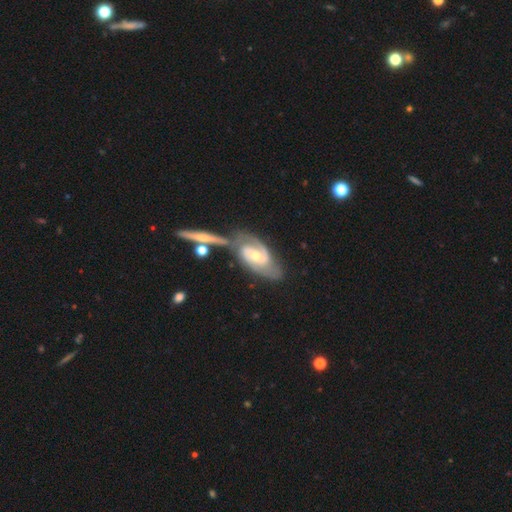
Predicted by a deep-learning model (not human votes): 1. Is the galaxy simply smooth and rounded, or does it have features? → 87% featured or disk, 9% smooth, 5% star or artifact.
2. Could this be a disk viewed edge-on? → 94% no, 6% yes.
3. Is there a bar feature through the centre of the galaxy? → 46% no, 40% weak, 14% strong.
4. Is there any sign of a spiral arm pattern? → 96% yes, 4% no.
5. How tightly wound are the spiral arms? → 46% tight, 43% medium, 11% loose.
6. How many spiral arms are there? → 81% 2, 9% can't tell, 5% 3, 3% 1, 1% 4, 1% more than 4.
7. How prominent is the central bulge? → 64% moderate, 29% small, 5% large, 1% none, 1% dominant.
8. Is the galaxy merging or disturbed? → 47% none, 26% merger, 18% minor disturbance, 9% major disturbance.